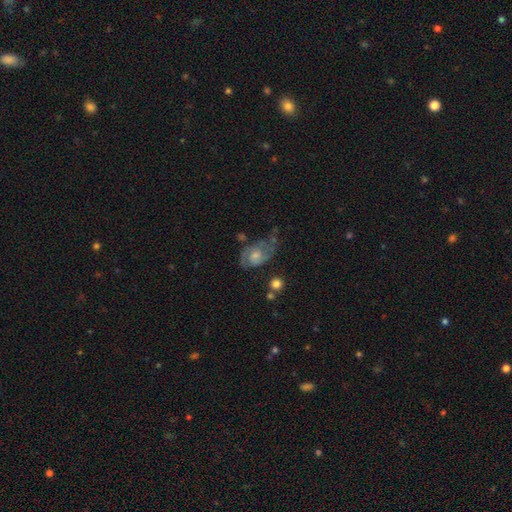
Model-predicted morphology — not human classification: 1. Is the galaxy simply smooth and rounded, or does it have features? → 70% featured or disk, 22% smooth, 7% star or artifact.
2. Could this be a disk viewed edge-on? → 97% no, 3% yes.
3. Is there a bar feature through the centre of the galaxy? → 68% no, 28% weak, 4% strong.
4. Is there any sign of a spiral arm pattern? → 86% yes, 14% no.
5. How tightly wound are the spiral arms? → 45% medium, 35% tight, 19% loose.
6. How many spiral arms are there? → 67% 2, 18% can't tell, 7% 1, 5% 3, 2% 4, 2% more than 4.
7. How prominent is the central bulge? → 43% moderate, 40% small, 8% none, 7% large, 2% dominant.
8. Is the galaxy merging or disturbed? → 42% none, 28% minor disturbance, 24% major disturbance, 6% merger.